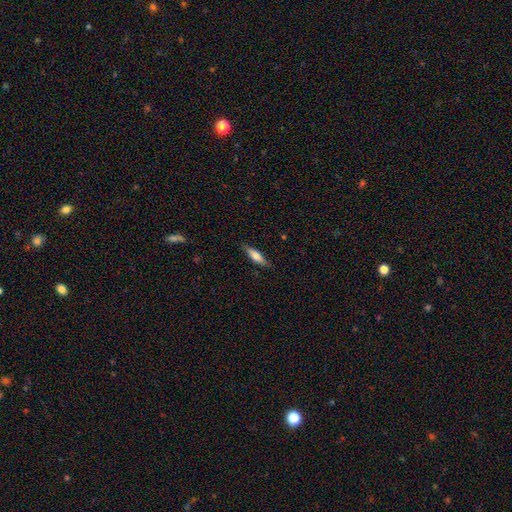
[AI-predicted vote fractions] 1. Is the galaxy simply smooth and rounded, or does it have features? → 62% smooth, 32% featured or disk, 6% star or artifact.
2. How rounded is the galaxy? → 66% cigar-shaped, 32% in between, 2% round.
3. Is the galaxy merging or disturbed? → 85% none, 11% minor disturbance, 2% major disturbance, 1% merger.